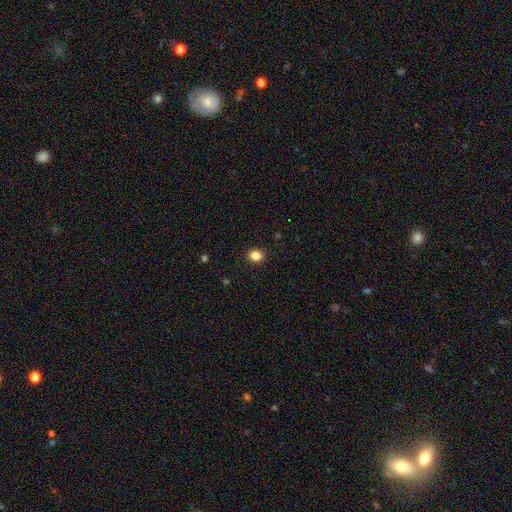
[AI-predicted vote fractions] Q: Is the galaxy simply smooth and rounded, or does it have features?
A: smooth — 85%.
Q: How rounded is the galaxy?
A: round — 50%.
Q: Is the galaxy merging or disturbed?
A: none — 90%.